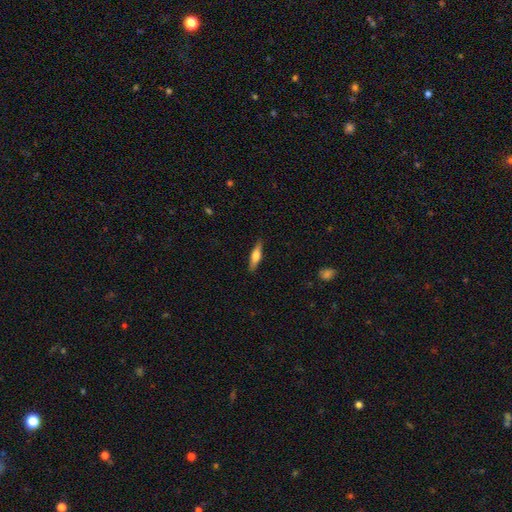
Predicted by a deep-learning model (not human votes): smooth_or_featured: smooth (p=0.51) [alt: featured or disk p=0.43]
how_rounded: cigar-shaped (p=0.73) [alt: in between p=0.25]
merging: none (p=0.89) [alt: minor disturbance p=0.08]